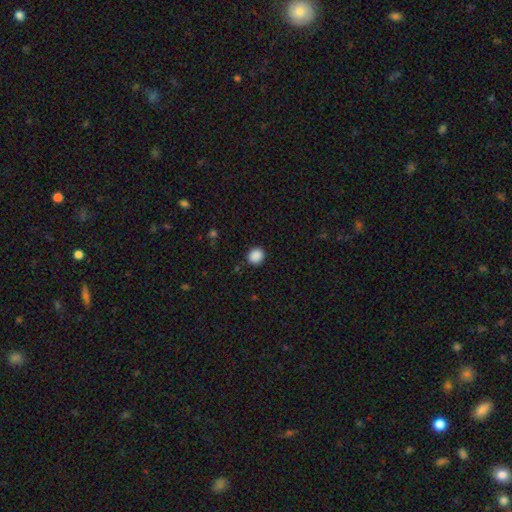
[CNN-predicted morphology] Overall: smooth (89%). How rounded: round (79%). Merging: none (89%).